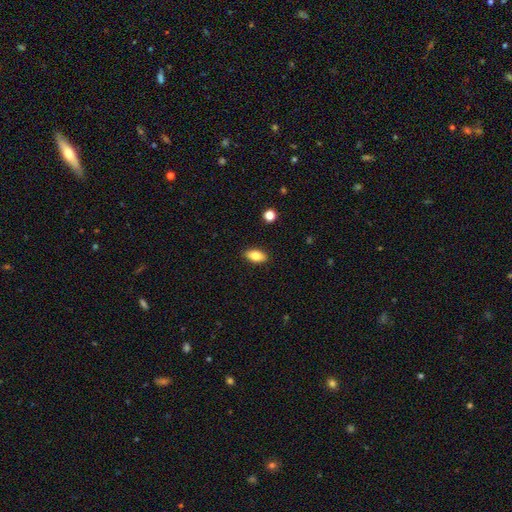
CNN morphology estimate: Smooth or featured: smooth — 81% (featured or disk — 12%)
How rounded: in between — 90% (cigar-shaped — 6%)
Merging: none — 89% (minor disturbance — 8%)